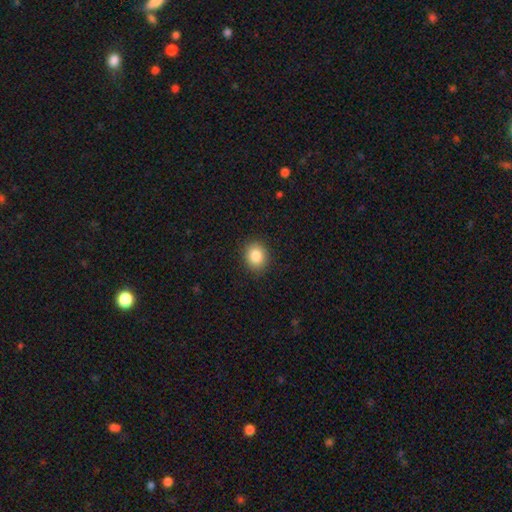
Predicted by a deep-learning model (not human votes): A smooth galaxy with no disk features (86%) that is round (69%). Merging: none (89%).